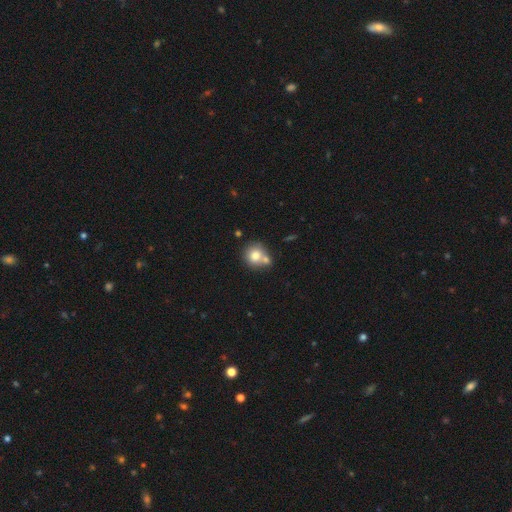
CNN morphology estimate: Smooth or featured?
  - smooth: 75% *
  - featured or disk: 15%
  - star or artifact: 10%
How rounded?
  - round: 86% *
  - in between: 13%
  - cigar-shaped: 1%
Merging?
  - none: 51% *
  - merger: 35%
  - minor disturbance: 10%
  - major disturbance: 3%